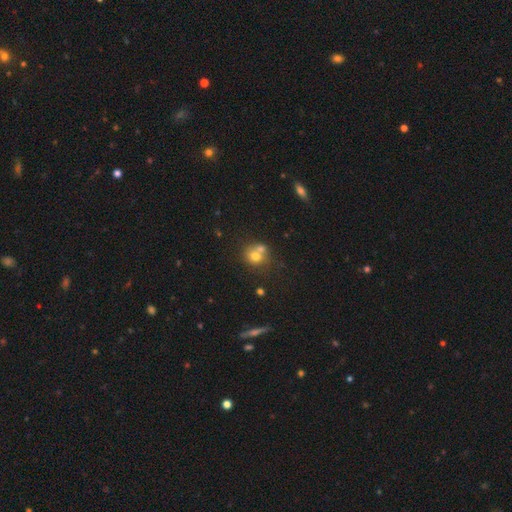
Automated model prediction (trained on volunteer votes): Q: Smooth or featured?
A: smooth (70%); runner-up: featured or disk (18%)
Q: How rounded?
A: round (73%); runner-up: in between (26%)
Q: Merging?
A: merger (51%); runner-up: none (36%)